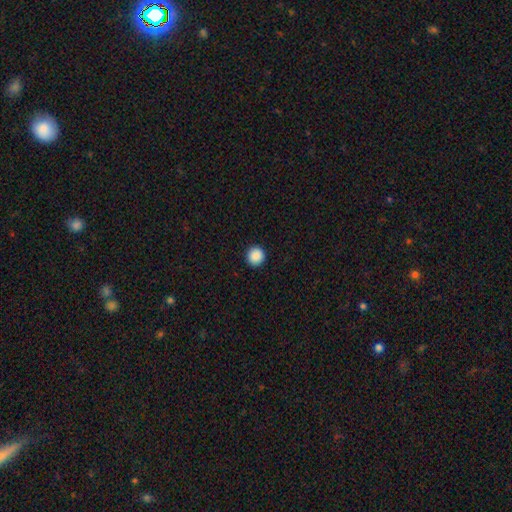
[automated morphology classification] This is clearly a smooth galaxy (89%). How rounded: clearly round (95%). Merging: clearly none (93%).